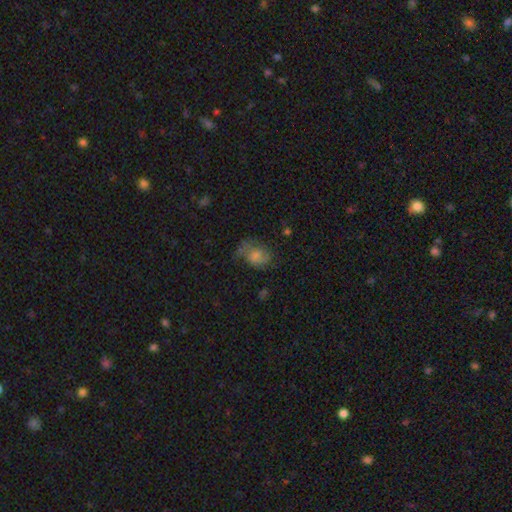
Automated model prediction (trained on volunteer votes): Morphology: type=smooth (52%); roundness=in between (58%); merging=none (46%).